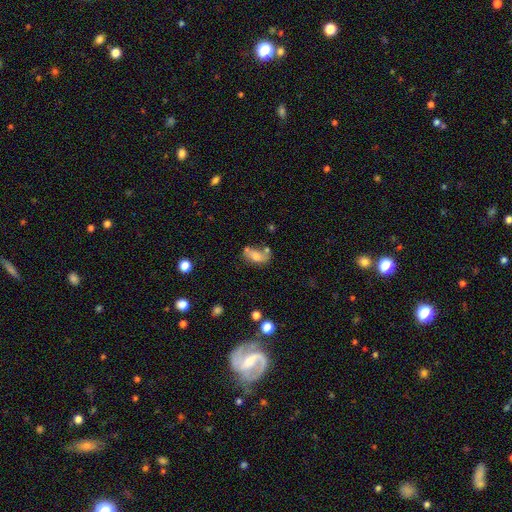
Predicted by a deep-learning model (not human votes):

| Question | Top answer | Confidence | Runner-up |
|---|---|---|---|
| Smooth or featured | smooth | 63% | featured or disk (26%) |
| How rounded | in between | 85% | cigar-shaped (8%) |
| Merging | none | 44% | merger (23%) |